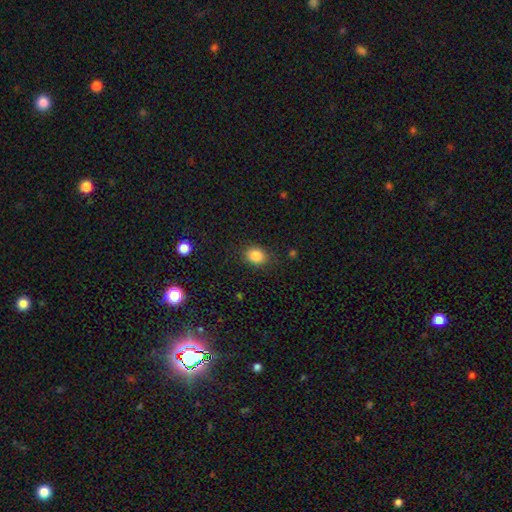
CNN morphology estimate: Smooth or featured? Predicted: smooth (p=0.86). How rounded? Predicted: round (p=0.55). Merging? Predicted: none (p=0.84).